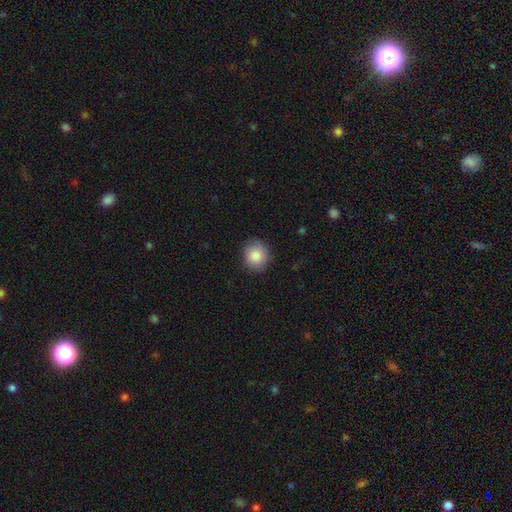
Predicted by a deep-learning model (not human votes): This appears to be a smooth galaxy with no disk features (86%) that is round (84%). Merging: none (85%).